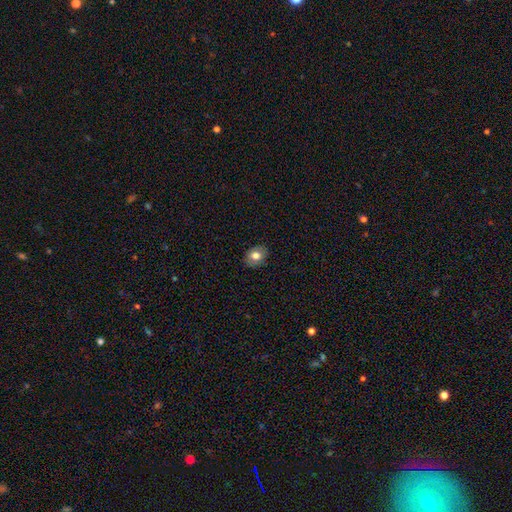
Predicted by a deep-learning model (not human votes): Q: Smooth or featured?
A: smooth (78%); runner-up: featured or disk (13%)
Q: How rounded?
A: in between (59%); runner-up: round (40%)
Q: Merging?
A: none (88%); runner-up: minor disturbance (9%)